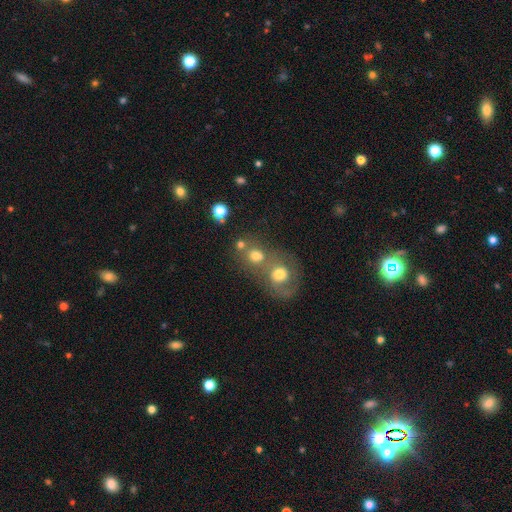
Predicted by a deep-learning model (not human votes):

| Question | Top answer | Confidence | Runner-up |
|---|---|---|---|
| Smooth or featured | smooth | 66% | featured or disk (21%) |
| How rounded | round | 78% | in between (21%) |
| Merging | merger | 48% | none (38%) |